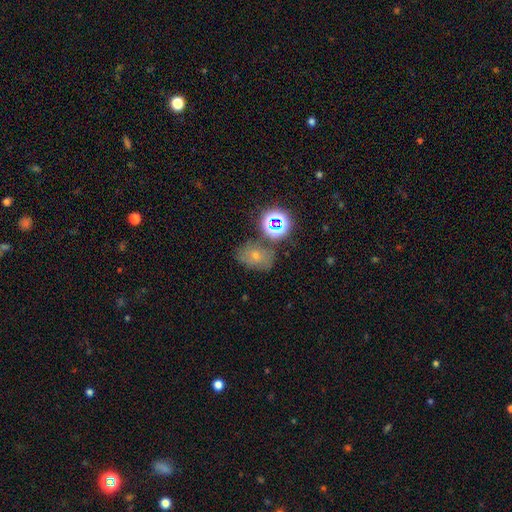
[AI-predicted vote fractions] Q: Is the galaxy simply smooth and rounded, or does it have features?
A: smooth — 52%.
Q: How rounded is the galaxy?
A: in between — 60%.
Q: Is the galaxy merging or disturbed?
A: none — 63%.